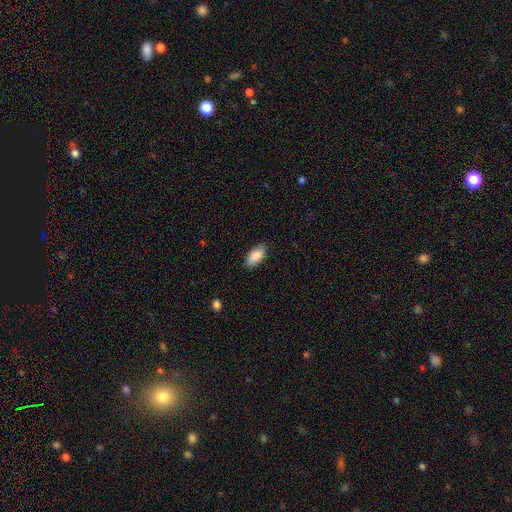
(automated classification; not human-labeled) Smooth or featured: smooth — 86% (featured or disk — 7%)
How rounded: in between — 93% (cigar-shaped — 4%)
Merging: none — 83% (minor disturbance — 13%)